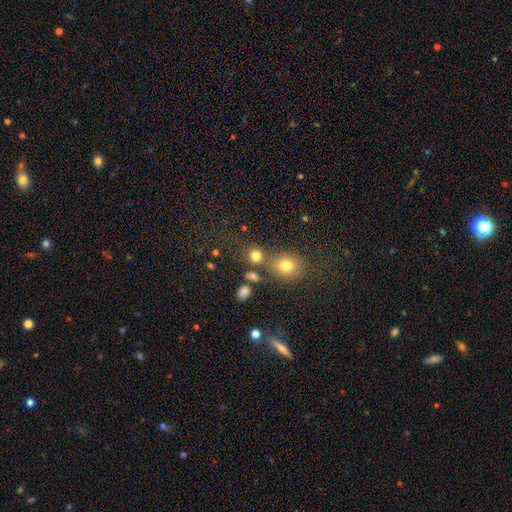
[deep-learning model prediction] Smooth or featured: smooth — 77% (star or artifact — 16%)
How rounded: round — 82% (in between — 17%)
Merging: none — 61% (merger — 24%)